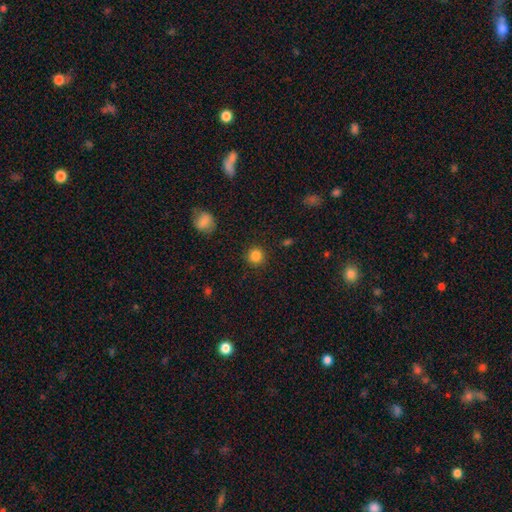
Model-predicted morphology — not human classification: Smooth or featured? Predicted: smooth (p=0.84). How rounded? Predicted: round (p=0.94). Merging? Predicted: none (p=0.91).